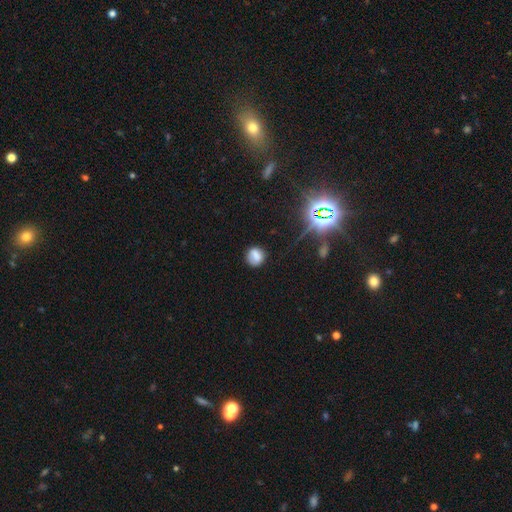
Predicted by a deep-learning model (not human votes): Smooth or featured?
  - smooth: 74% *
  - star or artifact: 14%
  - featured or disk: 12%
How rounded?
  - round: 77% *
  - in between: 22%
  - cigar-shaped: 1%
Merging?
  - none: 76% *
  - minor disturbance: 16%
  - major disturbance: 5%
  - merger: 3%